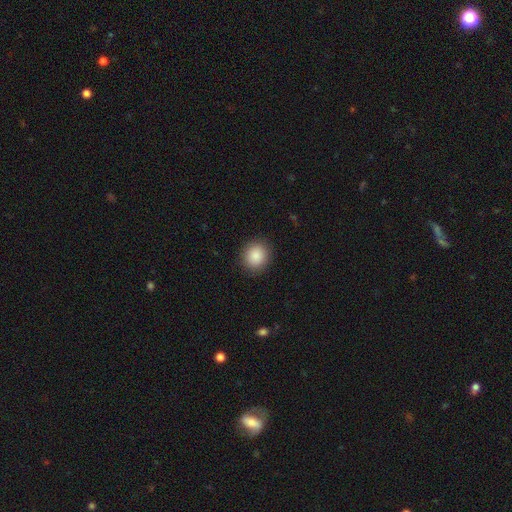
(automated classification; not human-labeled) Smooth or featured? Predicted: smooth (p=0.88). How rounded? Predicted: round (p=0.85). Merging? Predicted: none (p=0.91).